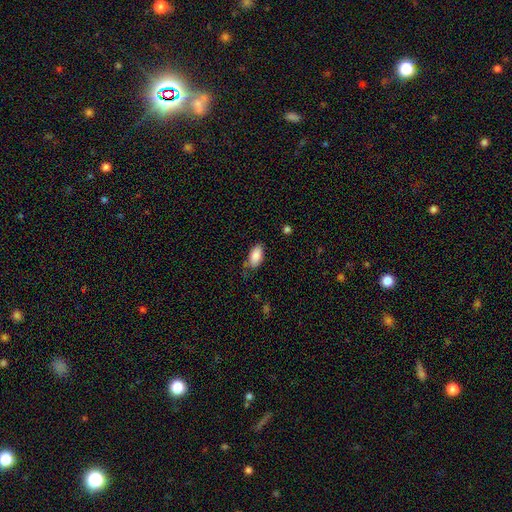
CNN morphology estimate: Smooth or featured?
  - smooth: 86% *
  - star or artifact: 7%
  - featured or disk: 7%
How rounded?
  - in between: 93% *
  - cigar-shaped: 4%
  - round: 3%
Merging?
  - none: 66% *
  - minor disturbance: 25%
  - major disturbance: 6%
  - merger: 4%